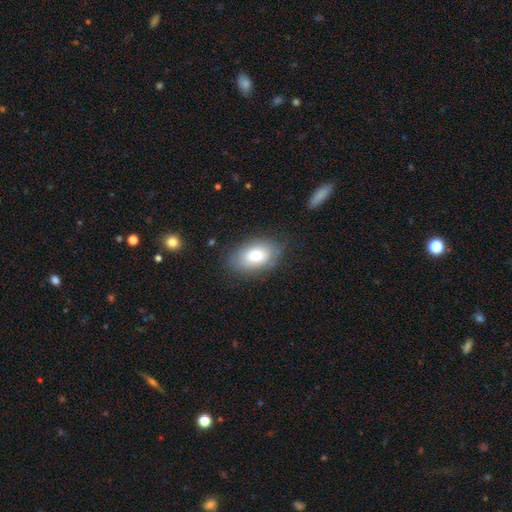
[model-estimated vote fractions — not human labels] smooth_or_featured: smooth (p=0.76) [alt: featured or disk p=0.17]
how_rounded: in between (p=0.91) [alt: round p=0.08]
merging: none (p=0.79) [alt: minor disturbance p=0.15]